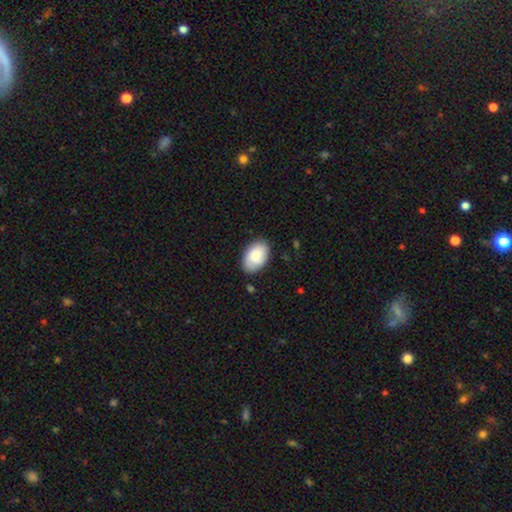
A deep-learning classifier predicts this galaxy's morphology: type=smooth (82%); roundness=in between (92%); merging=none (80%).